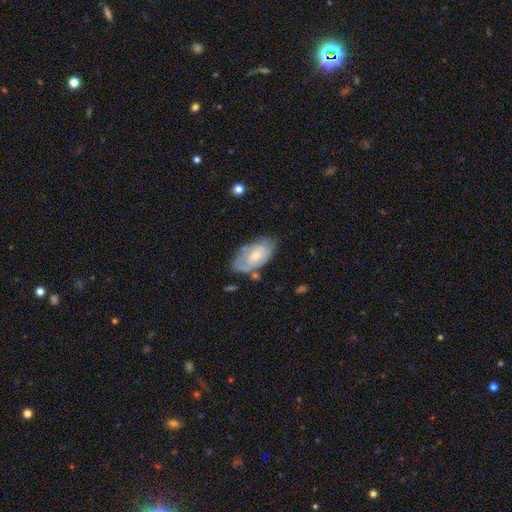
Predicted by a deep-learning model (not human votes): smooth_or_featured: featured or disk (p=0.50) [alt: smooth p=0.44]
merging: none (p=0.58) [alt: minor disturbance p=0.28]